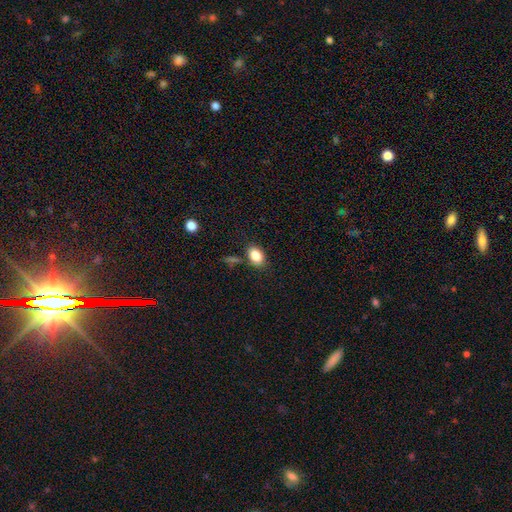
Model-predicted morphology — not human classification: Smooth or featured?
  - smooth: 85% *
  - star or artifact: 9%
  - featured or disk: 6%
How rounded?
  - in between: 80% *
  - round: 18%
  - cigar-shaped: 1%
Merging?
  - none: 78% *
  - minor disturbance: 13%
  - merger: 6%
  - major disturbance: 4%